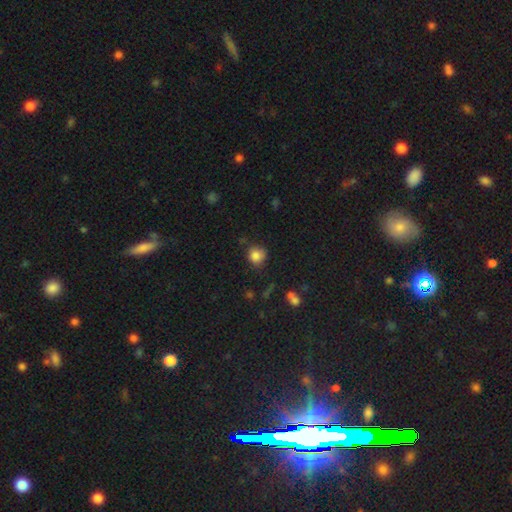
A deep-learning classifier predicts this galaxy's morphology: type=smooth (84%); roundness=round (86%); merging=none (74%).